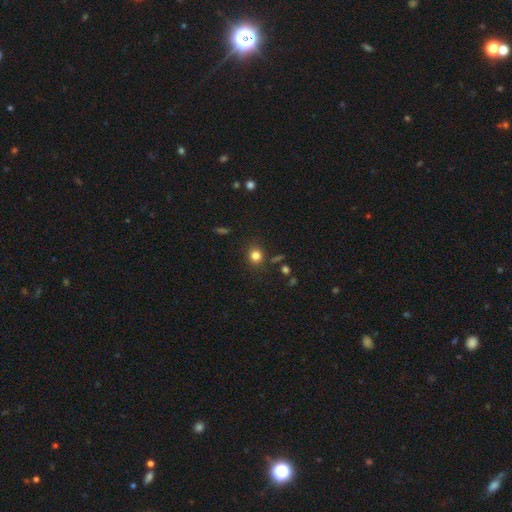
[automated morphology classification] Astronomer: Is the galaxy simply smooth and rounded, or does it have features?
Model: smooth — 81%.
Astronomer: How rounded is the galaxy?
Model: round — 79%.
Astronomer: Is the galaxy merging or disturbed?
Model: none — 84%.